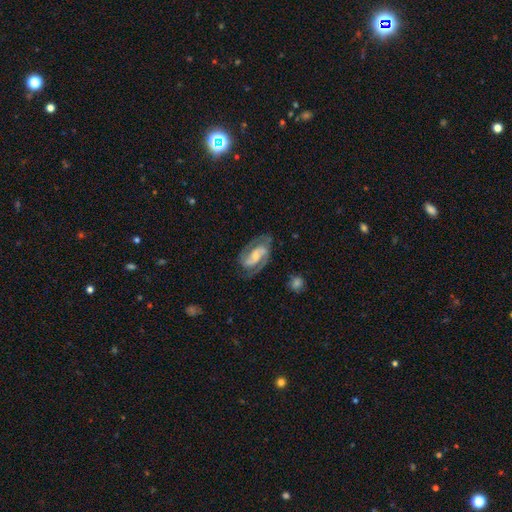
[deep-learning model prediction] The model was most divided on "bulge size": small: 47%, moderate: 37%, none: 9%, large: 6%, dominant: 1%. Remaining: edge-on disk — no (97%); spiral arms — yes (97%); spiral arm count — 2 (90%); smooth or featured — featured or disk (87%); merging — none (75%); spiral winding — medium (53%); bar — weak (42%).